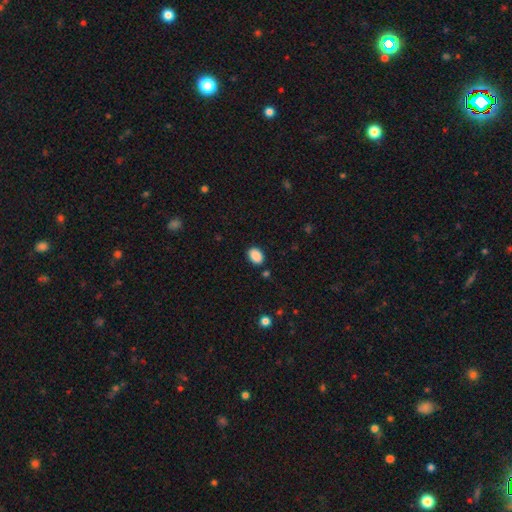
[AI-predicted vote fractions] Q: Smooth or featured?
A: smooth (89%); runner-up: star or artifact (8%)
Q: How rounded?
A: in between (79%); runner-up: round (20%)
Q: Merging?
A: none (86%); runner-up: minor disturbance (9%)